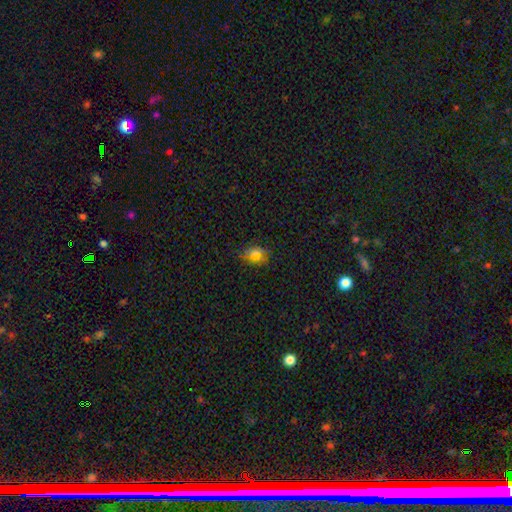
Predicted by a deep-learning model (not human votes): Morphology: type=smooth (68%); roundness=in between (61%); merging=none (80%).